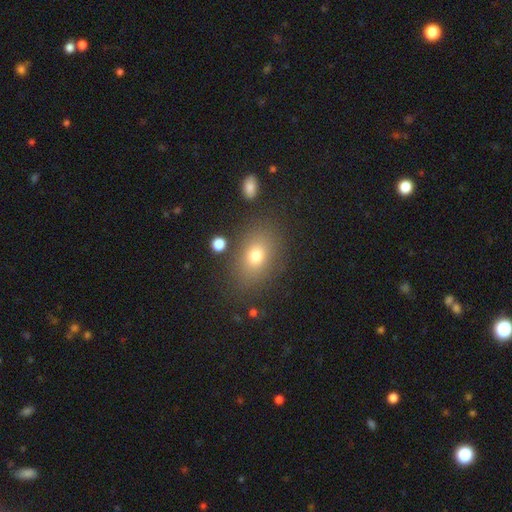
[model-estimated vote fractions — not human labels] Overall: smooth (74%). How rounded: in between (74%). Merging: none (82%).